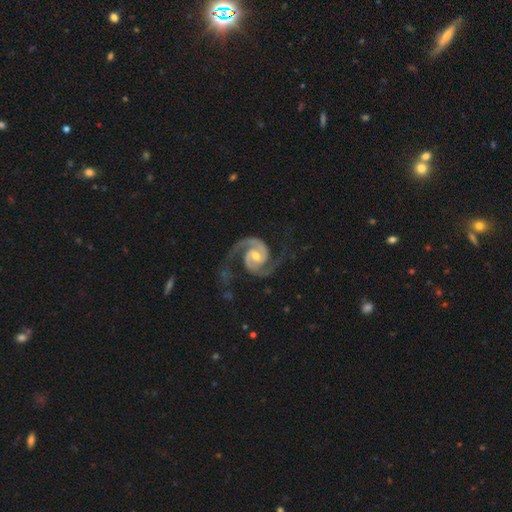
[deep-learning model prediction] A featured or disk galaxy (94%) with a weak bar (43%), 2 (94%) medium (59%) spiral arms (99%) and a moderate central bulge (66%).

Vote fractions:
- Smooth or featured? featured or disk: 94% / star or artifact: 3% / smooth: 2%
- Edge-on disk? no: 98% / yes: 2%
- Bar? weak: 43% / no: 42% / strong: 15%
- Spiral arms? yes: 99% / no: 1%
- Spiral winding? medium: 59% / tight: 27% / loose: 14%
- Spiral arm count? 2: 94% / 3: 1% / can't tell: 1% / 1: 1% / 4: 1% / more than 4: 1%
- Bulge size? moderate: 66% / small: 28% / large: 4% / none: 1% / dominant: 1%
- Merging? none: 73% / minor disturbance: 15% / major disturbance: 10% / merger: 2%